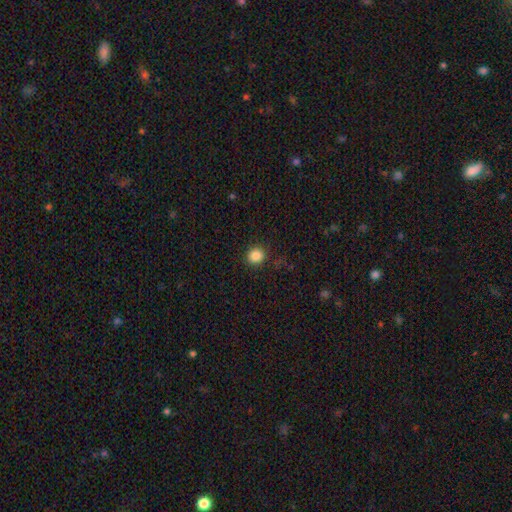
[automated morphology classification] smooth-or-featured: smooth: 85% | star or artifact: 11% | featured or disk: 4%
  how-rounded: round: 88% | in between: 11% | cigar-shaped: 1%
  merging: none: 90% | minor disturbance: 7% | major disturbance: 2% | merger: 1%